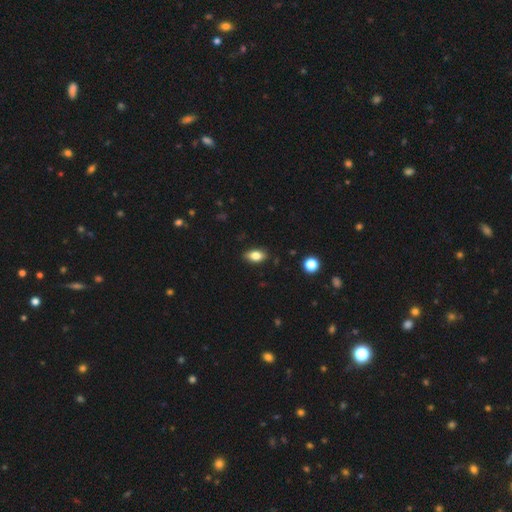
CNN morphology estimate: Smooth or featured? Predicted: smooth (p=0.80). How rounded? Predicted: in between (p=0.88). Merging? Predicted: none (p=0.87).